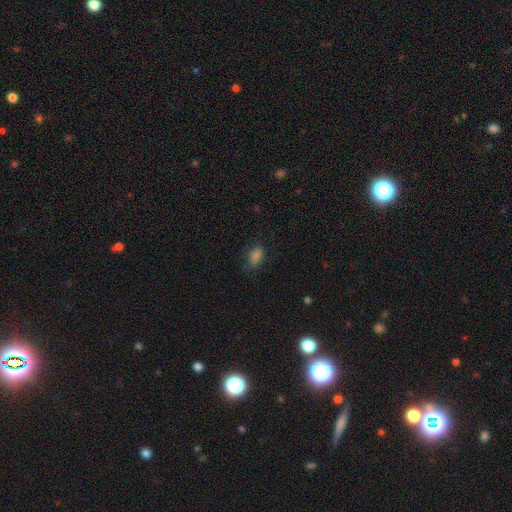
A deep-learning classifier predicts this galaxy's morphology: smooth-or-featured: smooth: 78% | star or artifact: 16% | featured or disk: 6%
  how-rounded: in between: 85% | round: 9% | cigar-shaped: 5%
  merging: none: 74% | minor disturbance: 19% | major disturbance: 6% | merger: 1%